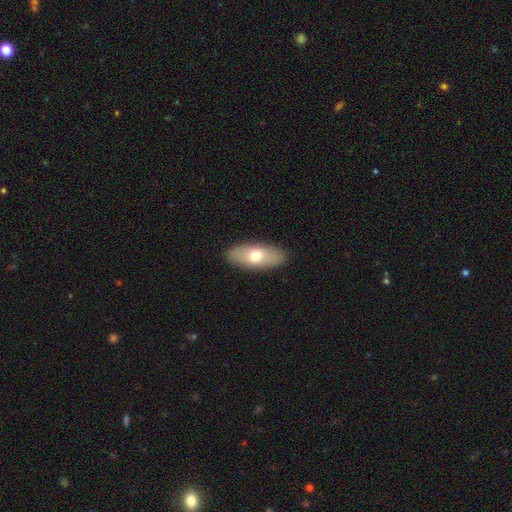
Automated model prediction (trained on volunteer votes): smooth 68%, featured or disk 26%, star or artifact 6%. Down the decision tree: how rounded — in between (84%); merging — none (89%).